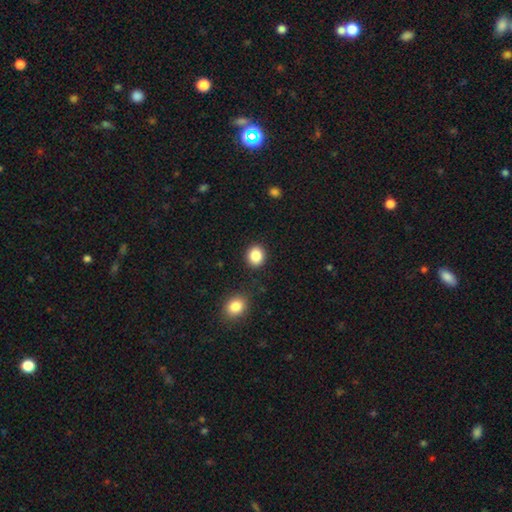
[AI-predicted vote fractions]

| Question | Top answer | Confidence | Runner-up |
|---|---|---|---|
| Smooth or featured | smooth | 87% | star or artifact (9%) |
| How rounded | round | 75% | in between (24%) |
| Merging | none | 88% | minor disturbance (7%) |